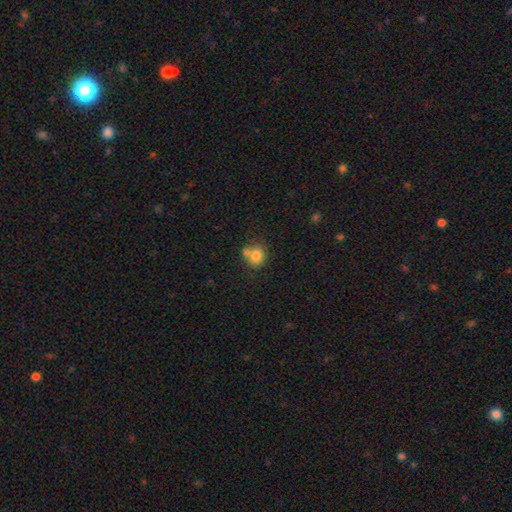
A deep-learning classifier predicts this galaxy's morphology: A smooth galaxy with no disk features (78%) that is round (78%).

Vote fractions:
- Smooth or featured? smooth: 78% / featured or disk: 11% / star or artifact: 10%
- How rounded? round: 78% / in between: 21% / cigar-shaped: 1%
- Merging? none: 53% / merger: 31% / minor disturbance: 12% / major disturbance: 4%